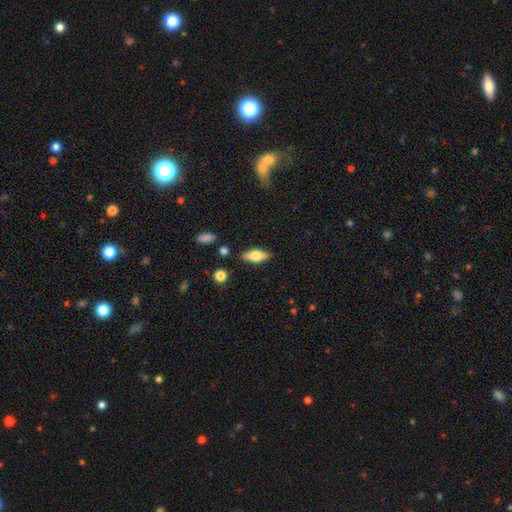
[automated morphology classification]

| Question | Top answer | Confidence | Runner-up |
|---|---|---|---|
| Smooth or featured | smooth | 52% | featured or disk (40%) |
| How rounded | in between | 73% | cigar-shaped (23%) |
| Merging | none | 84% | minor disturbance (11%) |